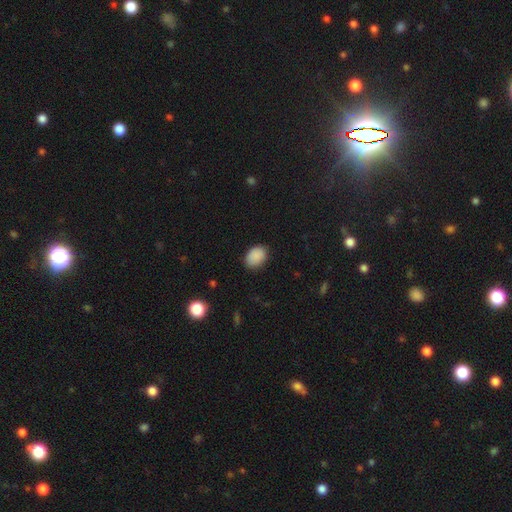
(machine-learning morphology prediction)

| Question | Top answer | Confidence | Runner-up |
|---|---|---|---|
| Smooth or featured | smooth | 89% | star or artifact (8%) |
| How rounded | in between | 78% | round (21%) |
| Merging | none | 84% | minor disturbance (12%) |